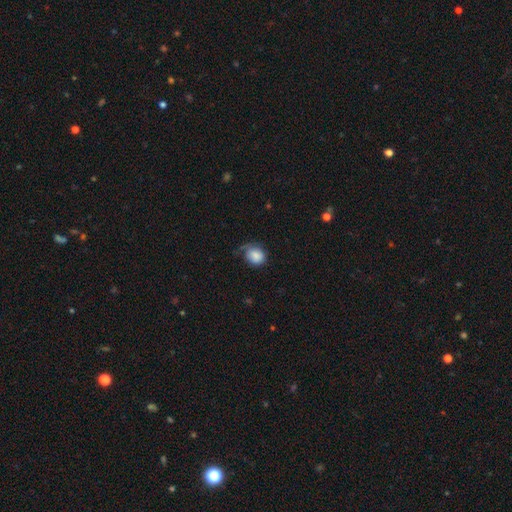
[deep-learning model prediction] The model was most divided on "merging": none: 37%, minor disturbance: 35%, major disturbance: 25%, merger: 2%. More confident: smooth or featured — smooth (80%); how rounded — round (59%).